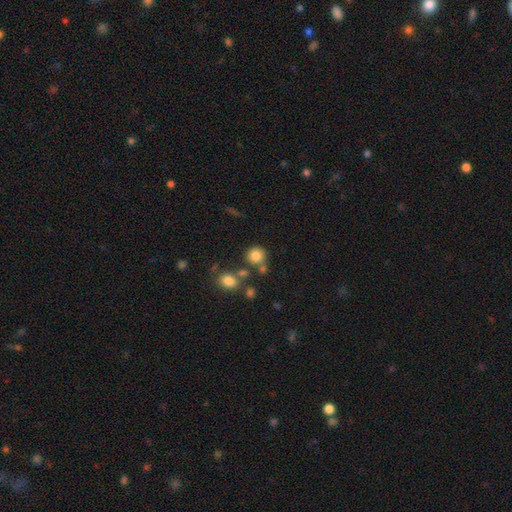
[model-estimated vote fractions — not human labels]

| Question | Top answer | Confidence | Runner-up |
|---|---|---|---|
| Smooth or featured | smooth | 81% | star or artifact (12%) |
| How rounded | round | 88% | in between (11%) |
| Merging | none | 68% | merger (16%) |